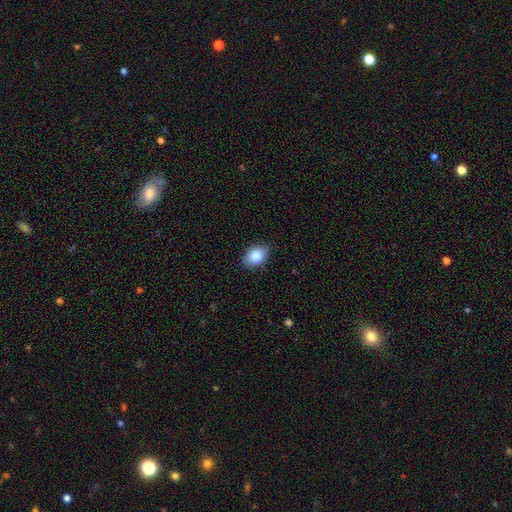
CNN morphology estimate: Q: Smooth or featured?
A: smooth (86%); runner-up: star or artifact (7%)
Q: How rounded?
A: in between (80%); runner-up: round (18%)
Q: Merging?
A: none (83%); runner-up: minor disturbance (13%)